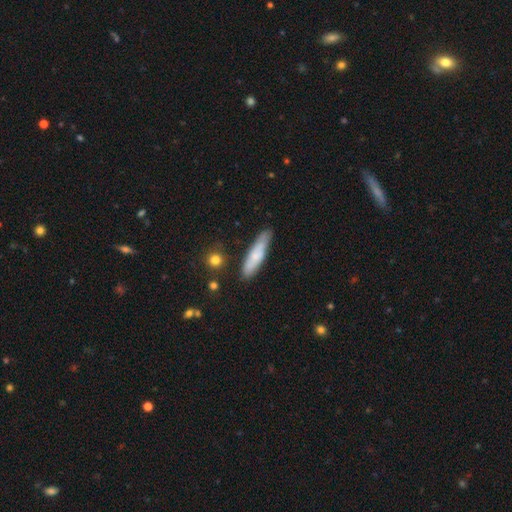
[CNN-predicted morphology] Smooth or featured? smooth (65%)
How rounded? cigar-shaped (78%)
Merging? none (73%)